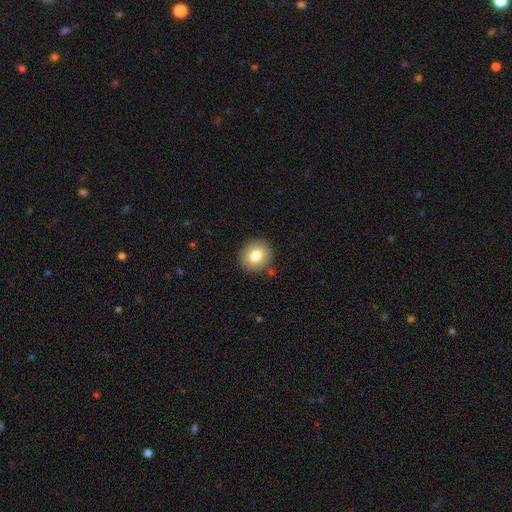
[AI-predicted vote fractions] Smooth or featured?
  - smooth: 79% *
  - featured or disk: 12%
  - star or artifact: 10%
How rounded?
  - round: 84% *
  - in between: 15%
  - cigar-shaped: 1%
Merging?
  - none: 88% *
  - minor disturbance: 8%
  - major disturbance: 2%
  - merger: 2%